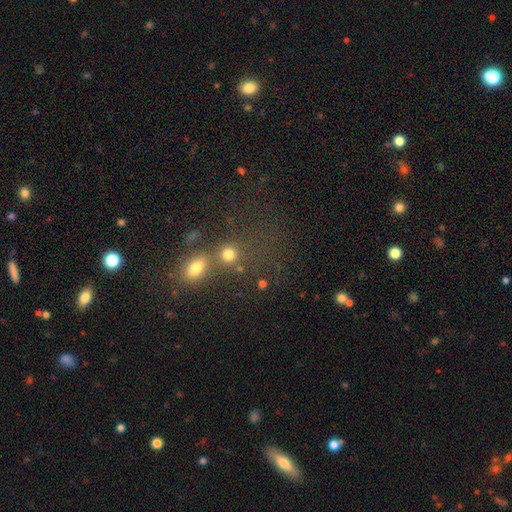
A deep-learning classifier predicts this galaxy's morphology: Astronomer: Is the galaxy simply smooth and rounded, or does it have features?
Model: star or artifact — 44% (runner-up: smooth, 43%).